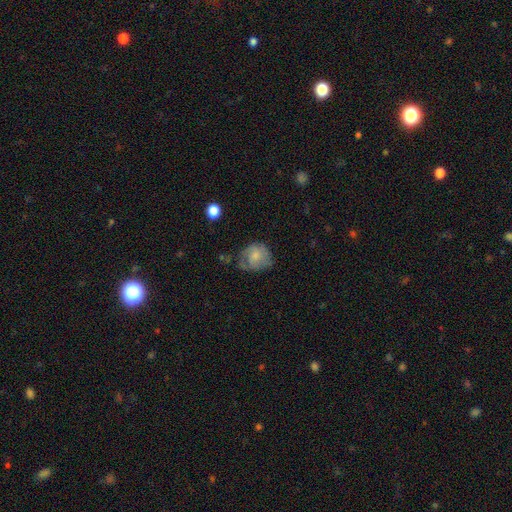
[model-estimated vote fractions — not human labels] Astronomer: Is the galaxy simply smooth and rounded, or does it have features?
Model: smooth — 58% (runner-up: featured or disk, 34%).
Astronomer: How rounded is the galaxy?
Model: round — 64%.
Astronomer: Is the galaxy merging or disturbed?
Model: none — 42% (runner-up: minor disturbance, 33%).